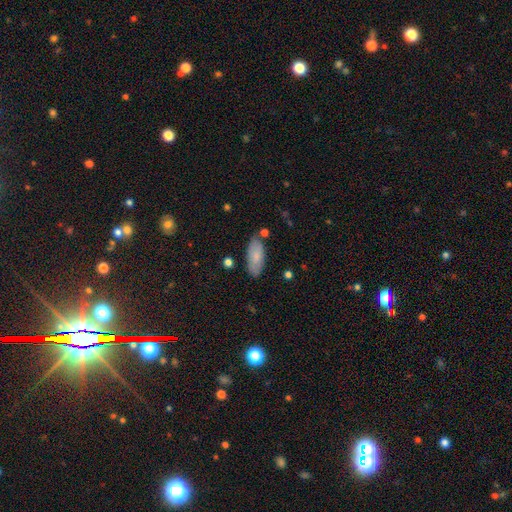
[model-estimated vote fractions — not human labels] smooth 79%, featured or disk 15%, star or artifact 6%. Down the decision tree: how rounded — in between (84%); merging — none (78%).